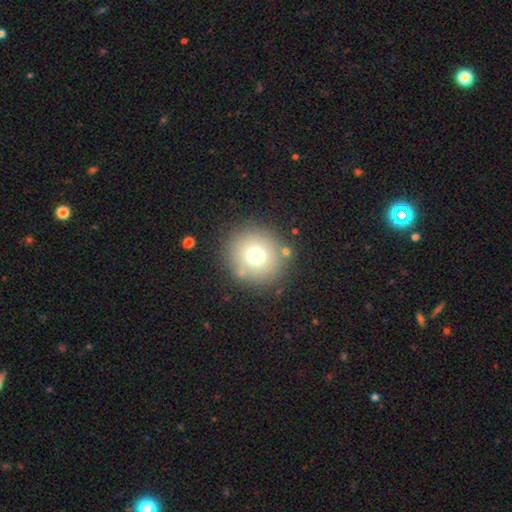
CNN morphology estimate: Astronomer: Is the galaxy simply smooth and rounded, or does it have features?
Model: smooth — 71%.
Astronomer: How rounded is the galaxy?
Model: round — 93%.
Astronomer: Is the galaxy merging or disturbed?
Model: none — 84%.